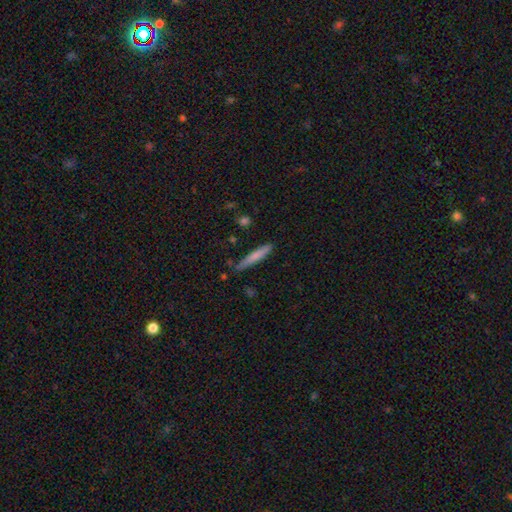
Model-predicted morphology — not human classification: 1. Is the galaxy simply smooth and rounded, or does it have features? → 70% smooth, 23% featured or disk, 6% star or artifact.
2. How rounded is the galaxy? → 94% cigar-shaped, 5% in between, 1% round.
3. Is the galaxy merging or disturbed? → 83% none, 12% minor disturbance, 3% merger, 2% major disturbance.